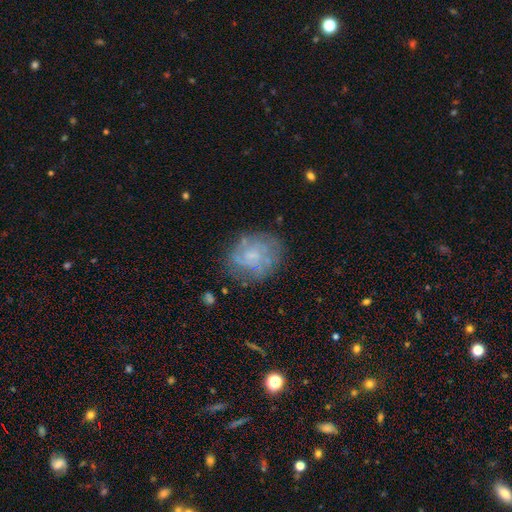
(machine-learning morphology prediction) smooth-or-featured: featured or disk: 46% | smooth: 39% | star or artifact: 15%
  merging: none: 72% | minor disturbance: 18% | major disturbance: 8% | merger: 2%